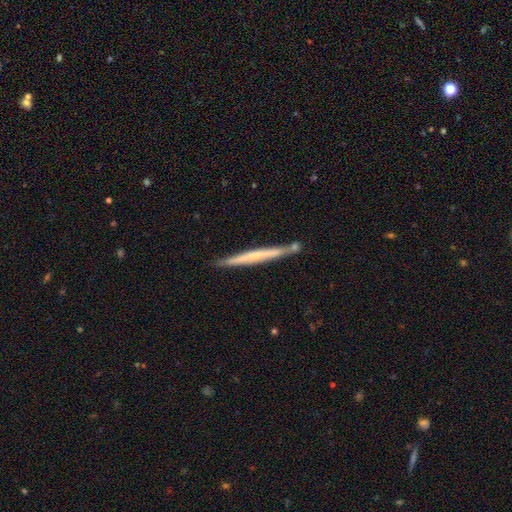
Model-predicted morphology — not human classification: Smooth or featured: featured or disk — 57% (smooth — 37%)
Edge-on disk: yes — 97% (no — 3%)
Edge-on bulge: none — 71% (rounded — 22%)
Merging: none — 81% (minor disturbance — 11%)